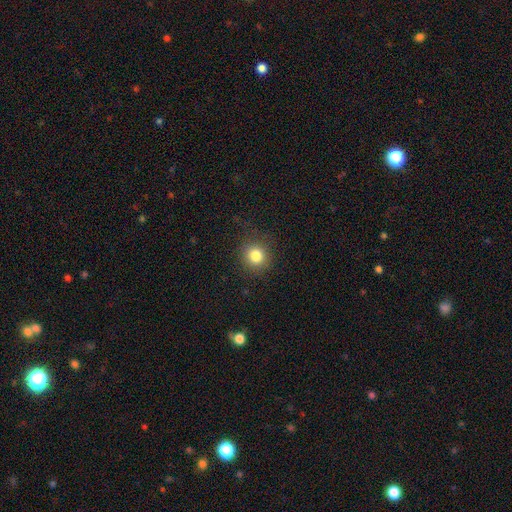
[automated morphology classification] This appears to be a smooth galaxy with no disk features (82%) that is round (87%). Merging: none (88%).